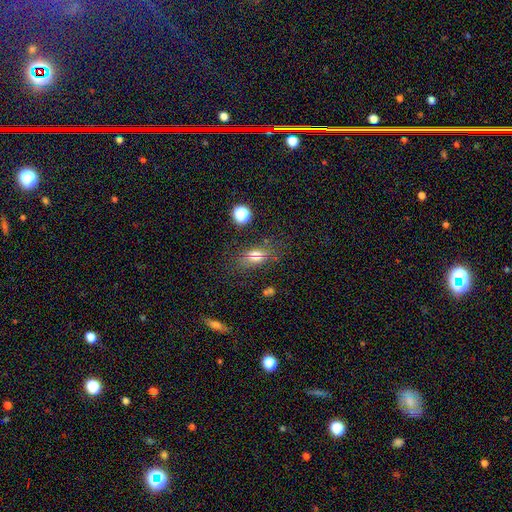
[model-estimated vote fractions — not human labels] Q: Smooth or featured?
A: smooth (62%); runner-up: star or artifact (22%)
Q: How rounded?
A: in between (70%); runner-up: round (22%)
Q: Merging?
A: none (65%); runner-up: minor disturbance (16%)